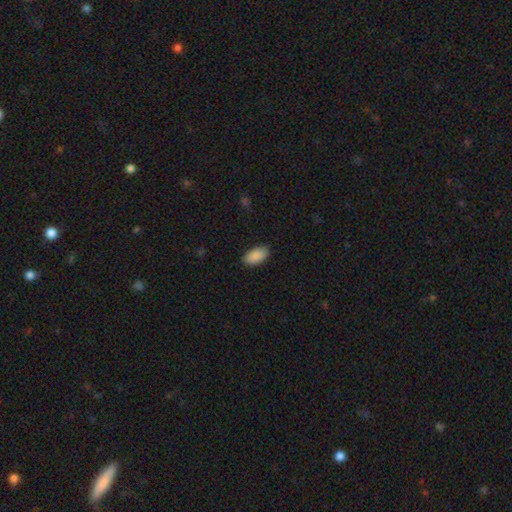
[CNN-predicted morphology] Smooth or featured: smooth — 90% (star or artifact — 6%)
How rounded: in between — 95% (round — 3%)
Merging: none — 86% (minor disturbance — 10%)